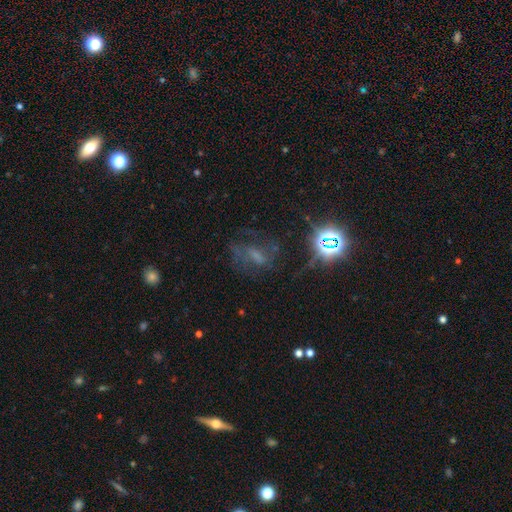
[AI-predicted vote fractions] Overall: featured or disk (39%; star or artifact 36%). Merging: none (49%; major disturbance 28%).